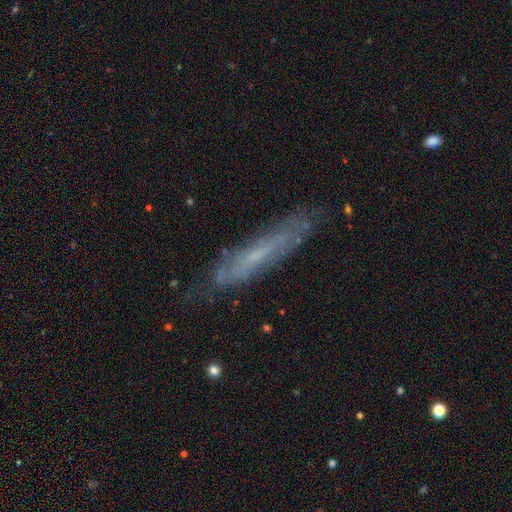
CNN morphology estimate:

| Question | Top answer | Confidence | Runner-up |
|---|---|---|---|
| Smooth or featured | featured or disk | 57% | smooth (34%) |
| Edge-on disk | yes | 58% | no (42%) |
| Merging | none | 75% | minor disturbance (18%) |